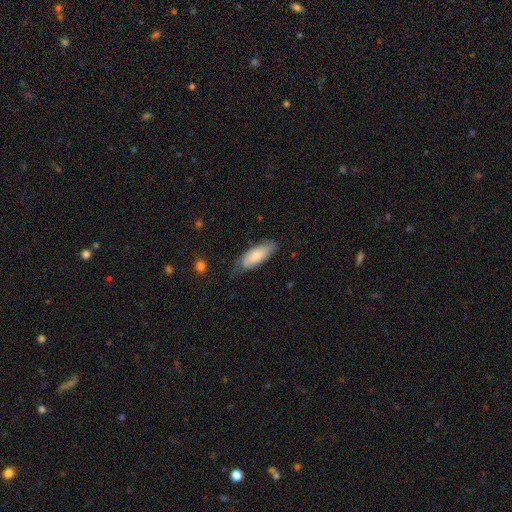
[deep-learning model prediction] smooth-or-featured: smooth: 76% | featured or disk: 19% | star or artifact: 6%
  how-rounded: in between: 73% | cigar-shaped: 25% | round: 2%
  merging: none: 59% | minor disturbance: 31% | major disturbance: 8% | merger: 2%